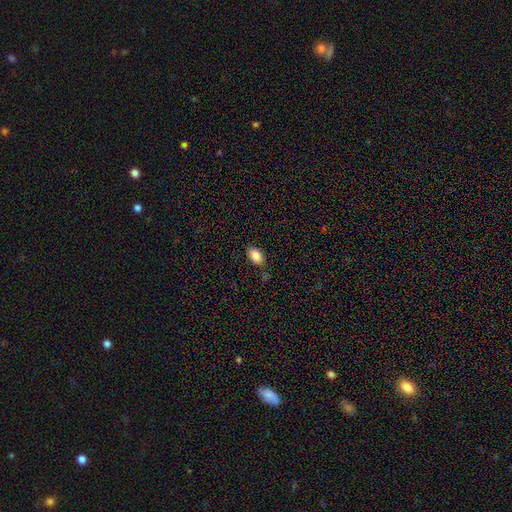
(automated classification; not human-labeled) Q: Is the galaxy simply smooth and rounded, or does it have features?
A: smooth — 86%.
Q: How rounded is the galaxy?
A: in between — 92%.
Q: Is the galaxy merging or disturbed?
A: none — 79%.